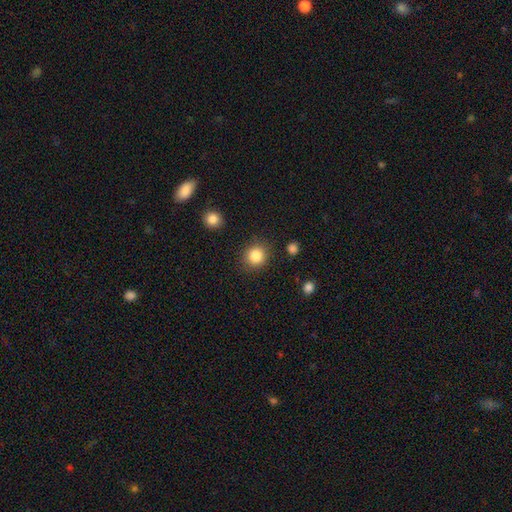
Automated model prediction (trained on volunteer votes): Overall: smooth (86%). How rounded: round (86%). Merging: none (87%).